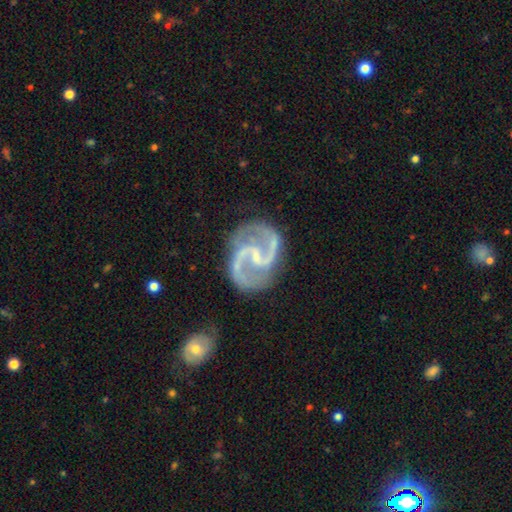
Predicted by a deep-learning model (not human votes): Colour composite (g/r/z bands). It shows a featured or disk galaxy (94%) with a weak bar (50%), 2 (94%) medium (61%) spiral arms (98%) and a small central bulge (57%). Merging: none (76%).